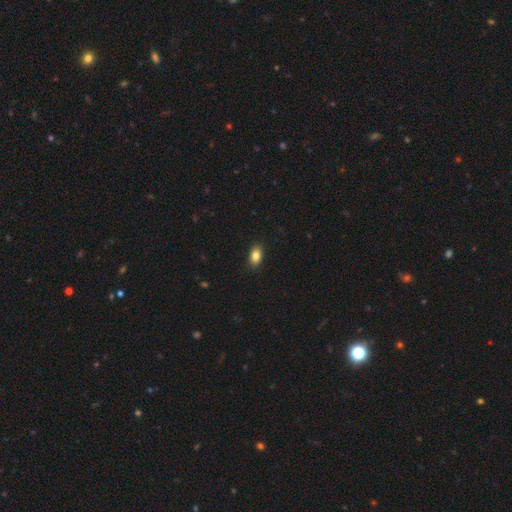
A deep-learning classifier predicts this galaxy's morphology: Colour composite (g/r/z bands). It shows a smooth galaxy with no disk features (85%) that is in between round and cigar-shaped (89%). Merging: none (88%).